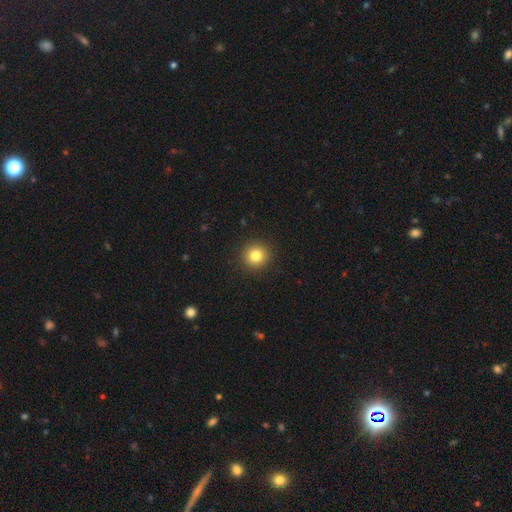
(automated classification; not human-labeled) Smooth or featured? Predicted: smooth (p=0.82). How rounded? Predicted: round (p=0.94). Merging? Predicted: none (p=0.92).